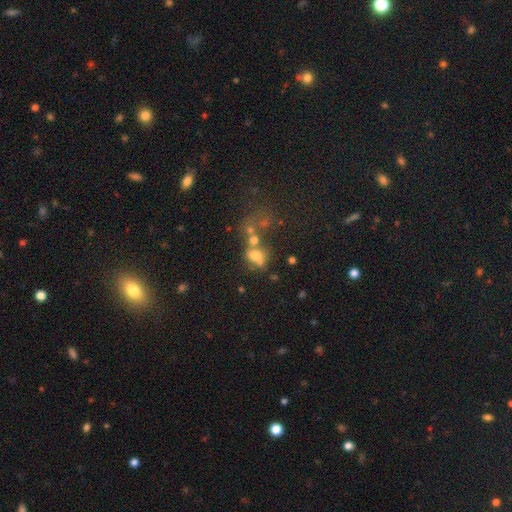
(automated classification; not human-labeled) Smooth or featured: smooth — 57% (featured or disk — 25%)
How rounded: in between — 59% (round — 38%)
Merging: merger — 47% (none — 28%)